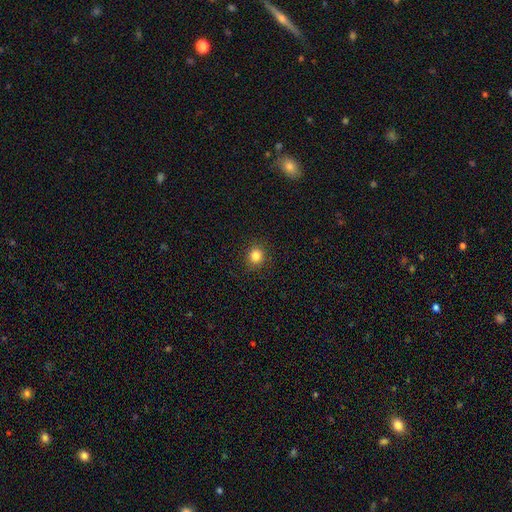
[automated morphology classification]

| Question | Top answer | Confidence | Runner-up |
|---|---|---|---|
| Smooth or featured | smooth | 84% | star or artifact (12%) |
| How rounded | round | 87% | in between (12%) |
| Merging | none | 90% | minor disturbance (7%) |